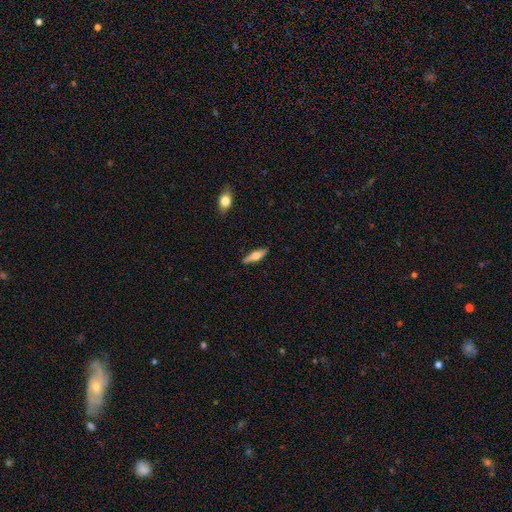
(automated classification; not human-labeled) Overall: smooth (52%; featured or disk 43%). How rounded: cigar-shaped (58%; in between 39%). Merging: none (85%).